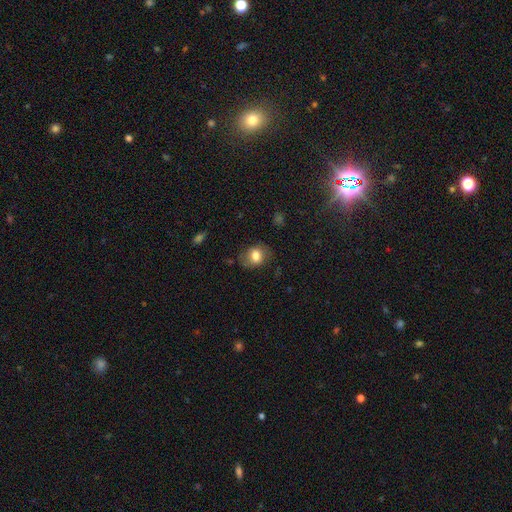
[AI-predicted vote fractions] A smooth galaxy with no disk features (76%) that is in between round and cigar-shaped (54%).

Vote fractions:
- Smooth or featured? smooth: 76% / featured or disk: 16% / star or artifact: 9%
- How rounded? in between: 54% / round: 45% / cigar-shaped: 1%
- Merging? none: 72% / minor disturbance: 20% / major disturbance: 7% / merger: 1%